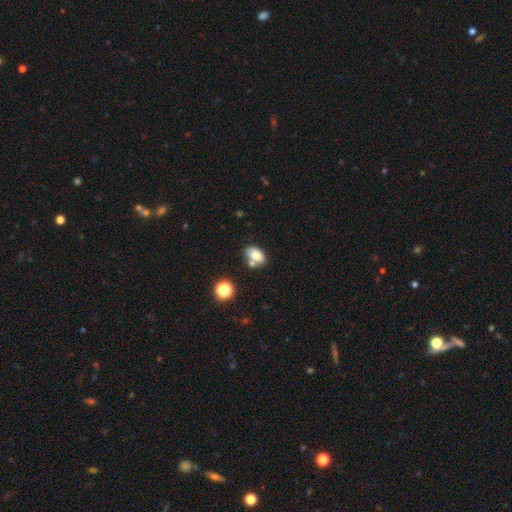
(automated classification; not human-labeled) Smooth or featured? Predicted: smooth (p=0.77). How rounded? Predicted: in between (p=0.85). Merging? Predicted: none (p=0.56).